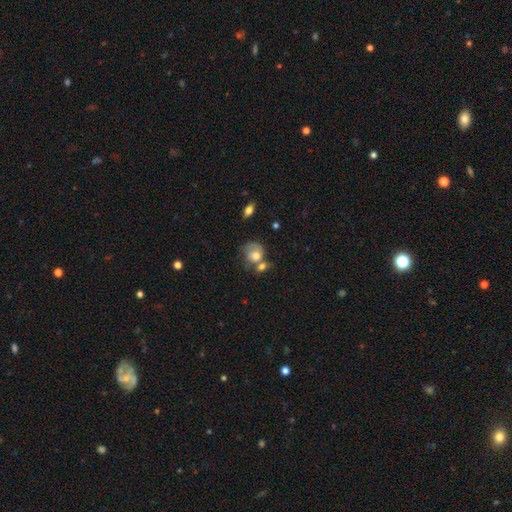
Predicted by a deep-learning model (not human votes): smooth_or_featured: smooth (p=0.68) [alt: featured or disk p=0.24]
how_rounded: round (p=0.62) [alt: in between p=0.36]
merging: merger (p=0.41) [alt: none p=0.27]